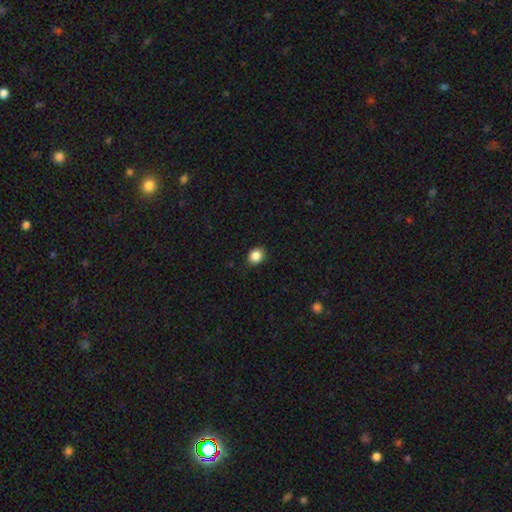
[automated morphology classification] Smooth or featured: smooth — 87% (star or artifact — 10%)
How rounded: round — 61% (in between — 38%)
Merging: none — 86% (minor disturbance — 11%)